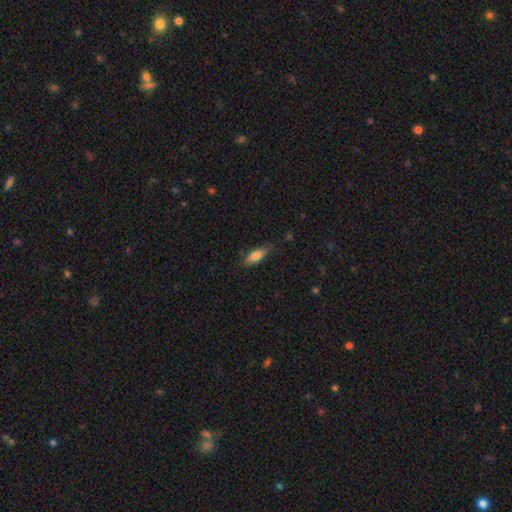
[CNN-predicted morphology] smooth_or_featured: smooth (p=0.77) [alt: featured or disk p=0.17]
how_rounded: in between (p=0.59) [alt: cigar-shaped p=0.39]
merging: none (p=0.78) [alt: minor disturbance p=0.17]